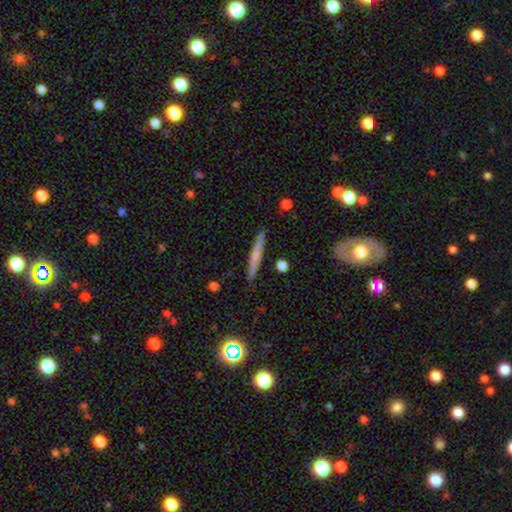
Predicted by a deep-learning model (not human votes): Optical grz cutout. It shows a smooth galaxy with no disk features (54%) that is cigar-shaped (95%). Merging: none (90%).